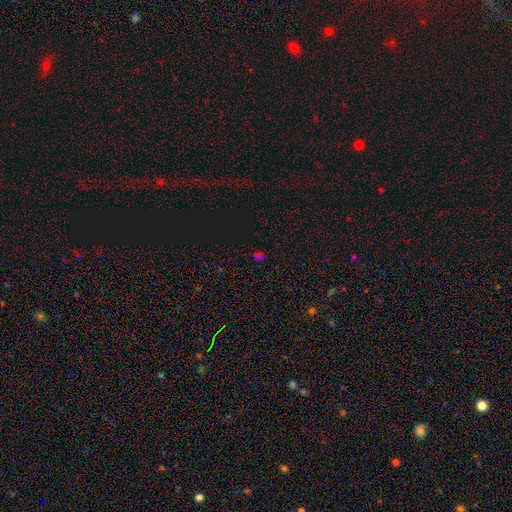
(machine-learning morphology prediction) The model was most divided on "smooth or featured": star or artifact: 51%, smooth: 42%, featured or disk: 6%.